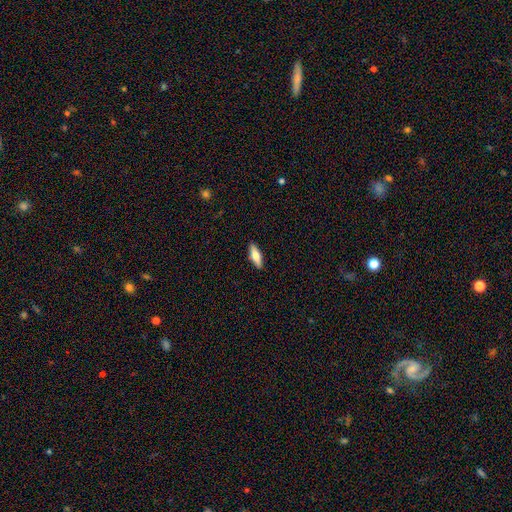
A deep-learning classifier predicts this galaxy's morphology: This appears to be a smooth galaxy with no disk features (59%) that is in between round and cigar-shaped (50%). Merging: none (90%).